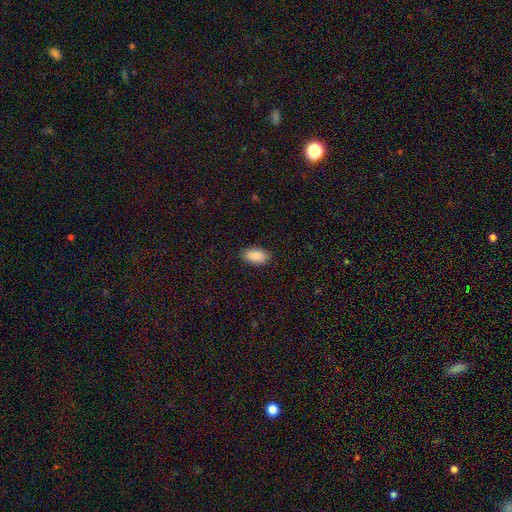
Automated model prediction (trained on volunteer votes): A smooth galaxy with no disk features (88%) that is in between round and cigar-shaped (94%). Merging: none (89%).